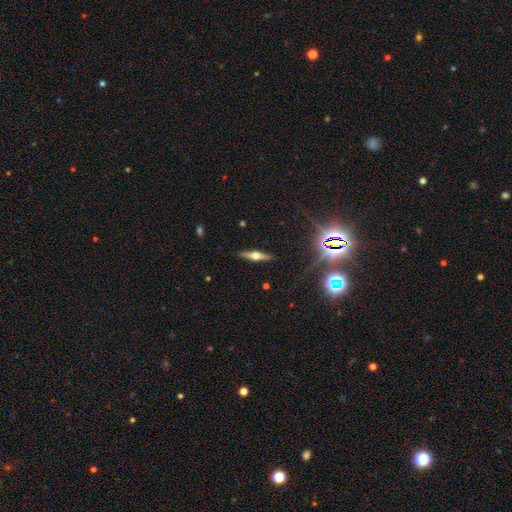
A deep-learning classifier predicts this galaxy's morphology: The model was most divided on "smooth or featured": featured or disk: 58%, smooth: 31%, star or artifact: 11%. More confident: edge-on disk — yes (94%); edge-on bulge — rounded (93%); merging — none (89%).